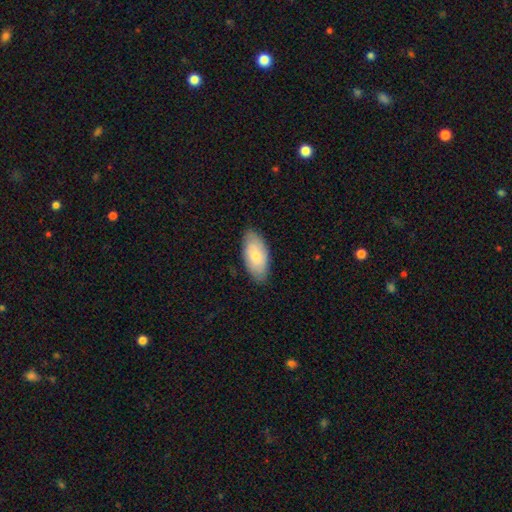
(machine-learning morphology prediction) Smooth or featured?
  - smooth: 69% *
  - featured or disk: 26%
  - star or artifact: 5%
How rounded?
  - in between: 92% *
  - cigar-shaped: 5%
  - round: 2%
Merging?
  - none: 82% *
  - minor disturbance: 14%
  - major disturbance: 2%
  - merger: 1%